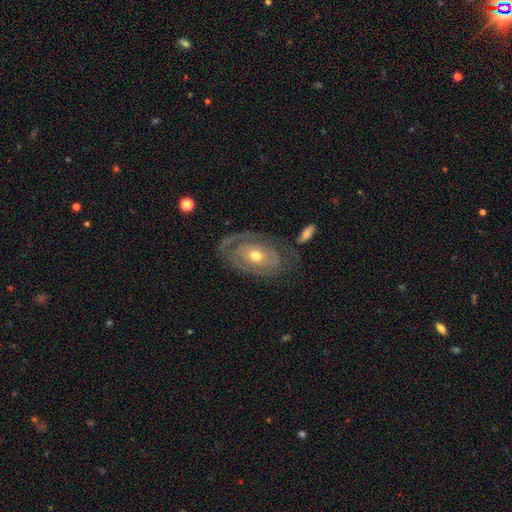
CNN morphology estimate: smooth_or_featured: featured or disk (p=0.71) [alt: smooth p=0.24]
disk_edge_on: no (p=0.93) [alt: yes p=0.07]
bar: no (p=0.81) [alt: weak p=0.15]
has_spiral_arms: yes (p=0.54) [alt: no p=0.46]
bulge_size: moderate (p=0.69) [alt: small p=0.24]
merging: none (p=0.66) [alt: minor disturbance p=0.19]